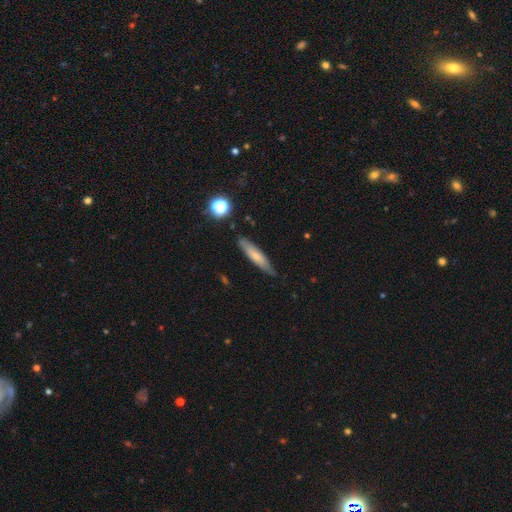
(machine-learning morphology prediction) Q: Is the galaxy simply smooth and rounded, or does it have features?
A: smooth — 63%.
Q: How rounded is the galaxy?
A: cigar-shaped — 83%.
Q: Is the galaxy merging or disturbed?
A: none — 81%.